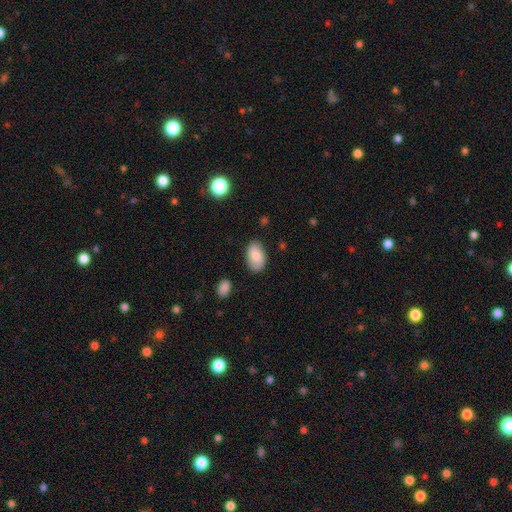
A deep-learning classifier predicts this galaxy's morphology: smooth-or-featured: smooth: 84% | featured or disk: 9% | star or artifact: 7%
  how-rounded: in between: 94% | round: 5% | cigar-shaped: 1%
  merging: none: 81% | minor disturbance: 14% | major disturbance: 3% | merger: 2%